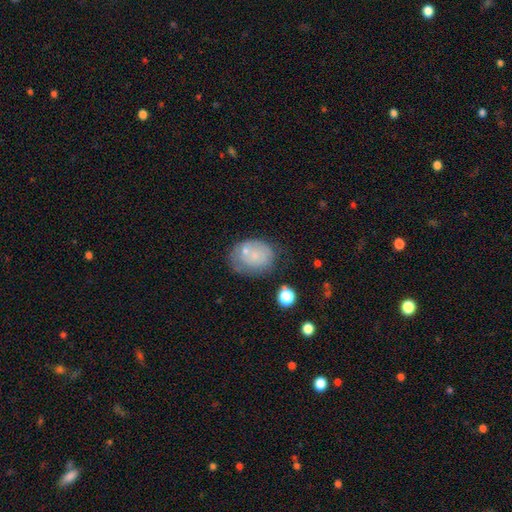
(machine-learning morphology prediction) The model was most divided on "how rounded": in between: 58%, round: 41%, cigar-shaped: 1%. Remaining: smooth or featured — smooth (59%); merging — none (47%).